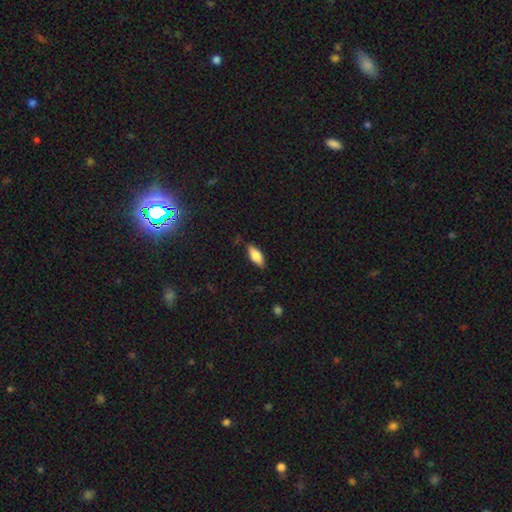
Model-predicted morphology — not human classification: The model was most divided on "smooth or featured": smooth: 74%, featured or disk: 20%, star or artifact: 7%. More confident: merging — none (81%); how rounded — in between (76%).